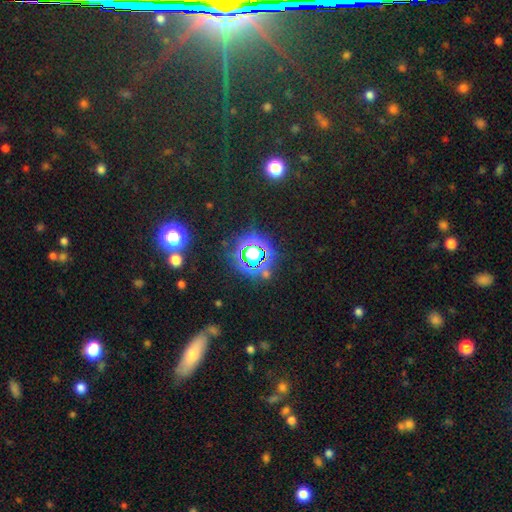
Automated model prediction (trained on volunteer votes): A star or artifact, not a galaxy (72%).